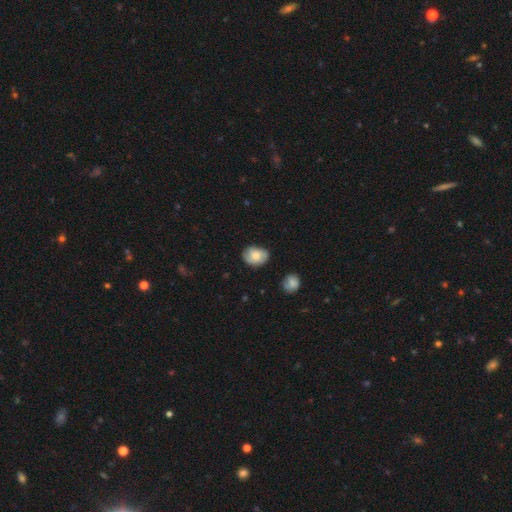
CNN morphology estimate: Smooth or featured? Predicted: smooth (p=0.67). How rounded? Predicted: in between (p=0.64). Merging? Predicted: none (p=0.72).